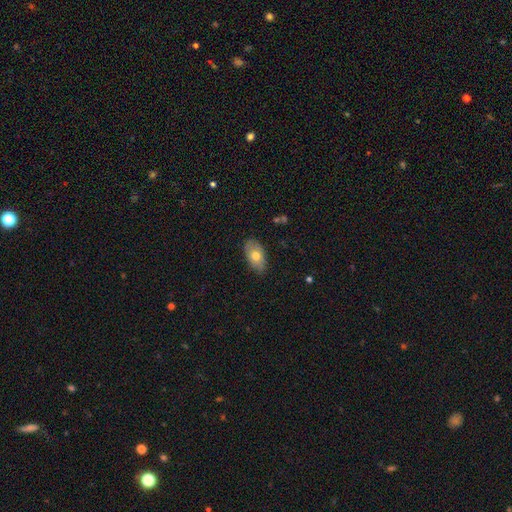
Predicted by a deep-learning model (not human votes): A smooth galaxy with no disk features (69%) that is in between round and cigar-shaped (92%). Merging: none (82%).